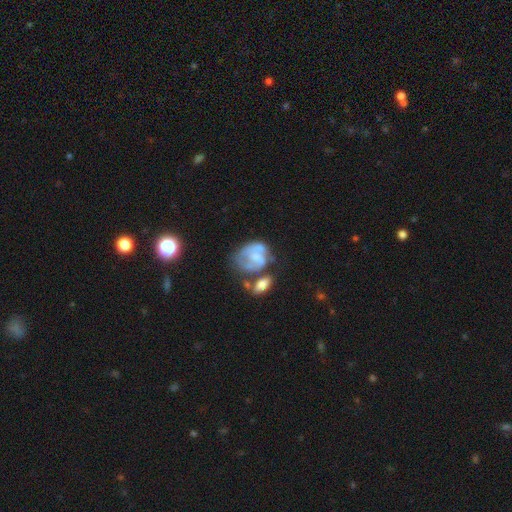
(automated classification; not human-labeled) Morphology: type=featured or disk (55%); edge-on=no (97%); bar=no (76%); spiral arms=no (60%); bulge=none (41%); merging=none (28%).